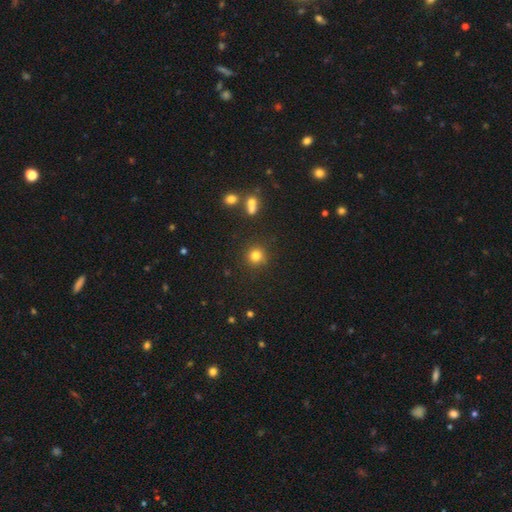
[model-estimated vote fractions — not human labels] Smooth or featured? smooth (80%)
How rounded? round (92%)
Merging? none (85%)